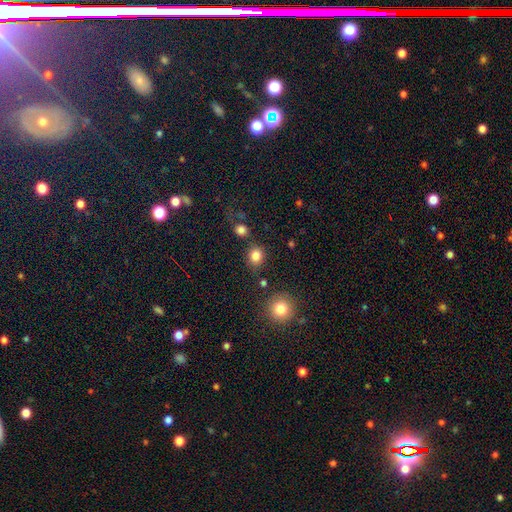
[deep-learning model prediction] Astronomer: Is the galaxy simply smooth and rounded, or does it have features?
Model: smooth — 84%.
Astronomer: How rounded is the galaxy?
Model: round — 73%.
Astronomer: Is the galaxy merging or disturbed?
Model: none — 78%.